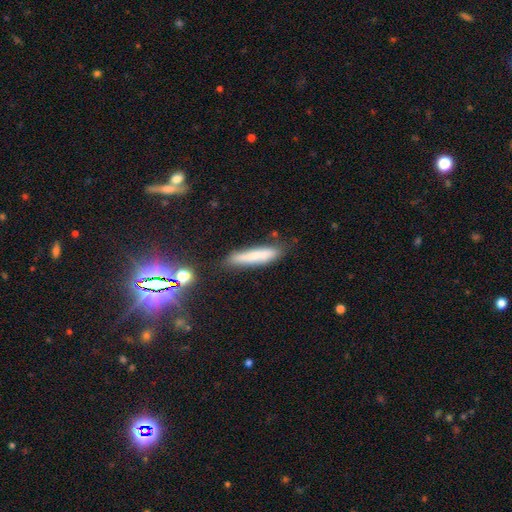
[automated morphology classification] Smooth or featured: smooth — 71% (featured or disk — 19%)
How rounded: cigar-shaped — 87% (in between — 12%)
Merging: none — 78% (minor disturbance — 15%)